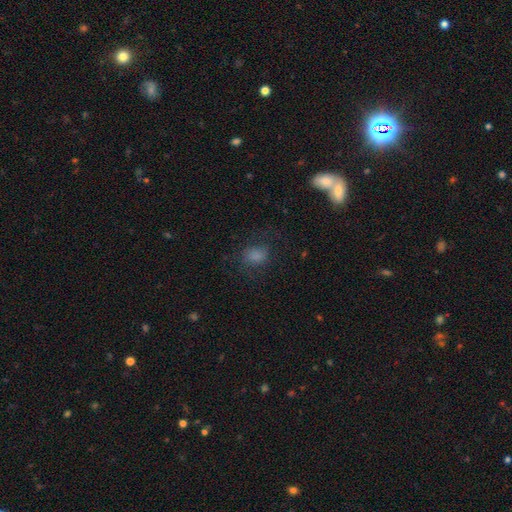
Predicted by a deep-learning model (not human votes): smooth 74%, star or artifact 14%, featured or disk 11%. Down the decision tree: how rounded — round (51%); merging — none (64%).